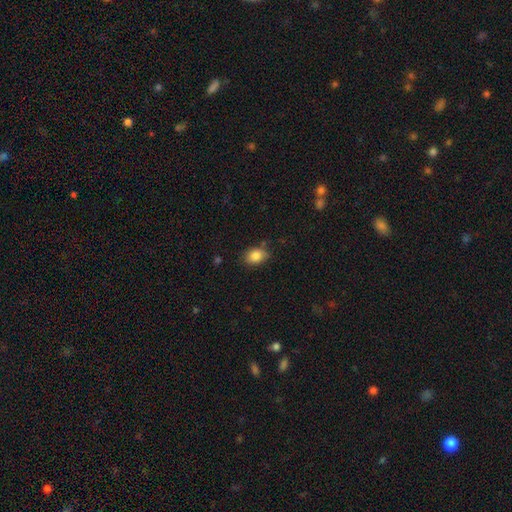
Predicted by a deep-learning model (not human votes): Smooth or featured? Predicted: smooth (p=0.86). How rounded? Predicted: in between (p=0.73). Merging? Predicted: none (p=0.78).